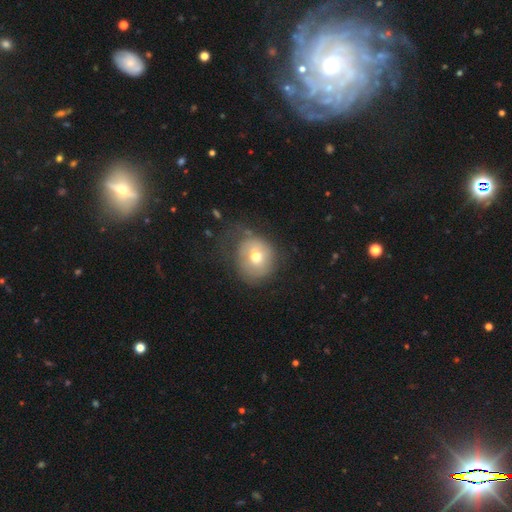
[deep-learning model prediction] Q: Smooth or featured?
A: smooth (62%); runner-up: featured or disk (29%)
Q: How rounded?
A: round (76%); runner-up: in between (23%)
Q: Merging?
A: none (52%); runner-up: minor disturbance (26%)